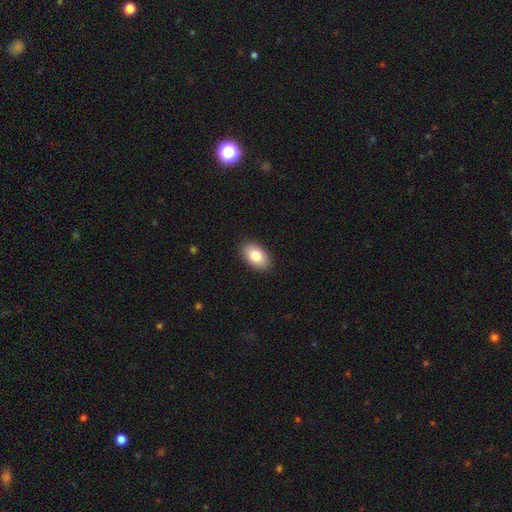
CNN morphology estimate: Smooth or featured?
  - smooth: 84% *
  - featured or disk: 10%
  - star or artifact: 7%
How rounded?
  - in between: 93% *
  - round: 6%
  - cigar-shaped: 1%
Merging?
  - none: 89% *
  - minor disturbance: 8%
  - major disturbance: 2%
  - merger: 1%